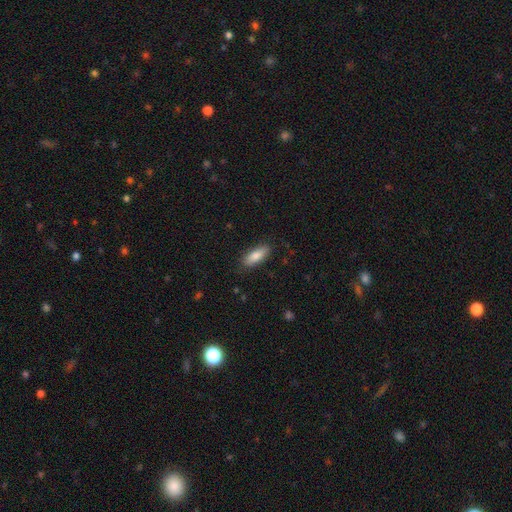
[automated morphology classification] type=smooth (83%); roundness=in between (69%); merging=none (85%).